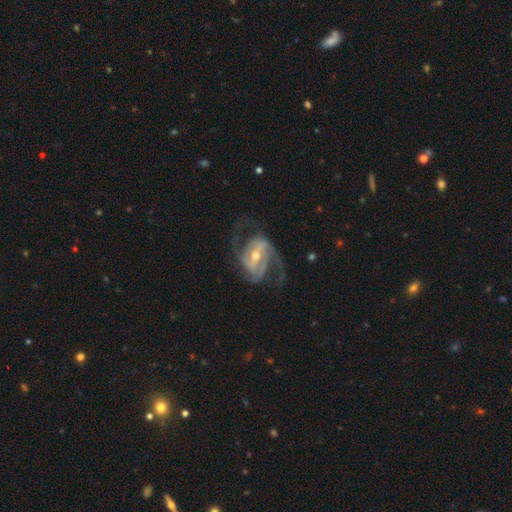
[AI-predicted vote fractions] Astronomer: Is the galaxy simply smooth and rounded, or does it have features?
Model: featured or disk — 91%.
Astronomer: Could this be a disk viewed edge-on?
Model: no — 97%.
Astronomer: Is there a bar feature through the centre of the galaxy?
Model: strong — 42% (runner-up: weak, 39%).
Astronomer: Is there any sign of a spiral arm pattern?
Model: yes — 97%.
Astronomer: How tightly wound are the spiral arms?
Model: medium — 53%.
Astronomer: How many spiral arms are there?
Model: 2 — 55%.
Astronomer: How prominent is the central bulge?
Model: moderate — 53% (runner-up: small, 42%).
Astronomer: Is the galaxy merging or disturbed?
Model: none — 63%.